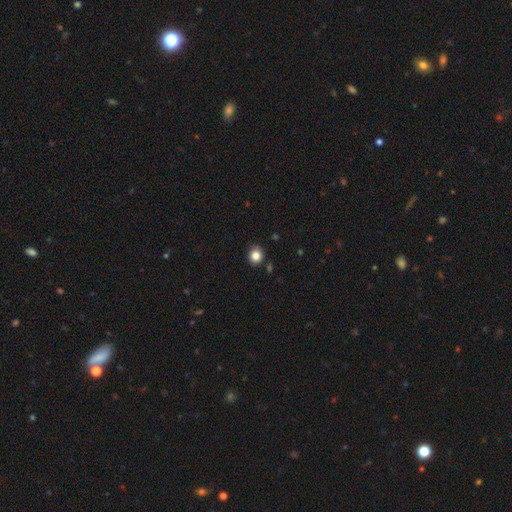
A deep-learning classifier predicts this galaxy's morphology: smooth-or-featured: smooth: 83% | star or artifact: 11% | featured or disk: 6%
  how-rounded: round: 82% | in between: 17% | cigar-shaped: 1%
  merging: none: 86% | minor disturbance: 10% | merger: 2% | major disturbance: 2%